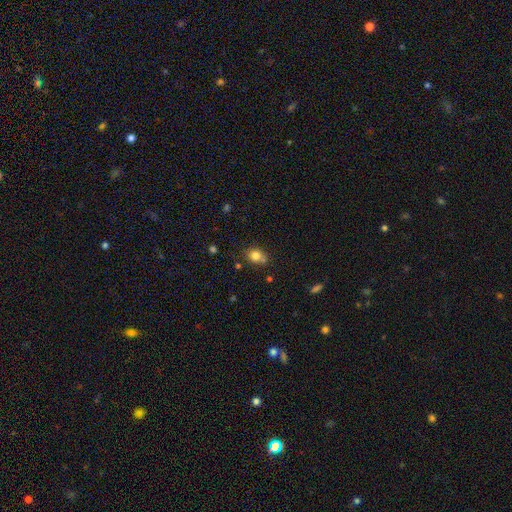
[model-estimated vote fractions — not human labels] Q: Smooth or featured?
A: smooth (80%); runner-up: star or artifact (12%)
Q: How rounded?
A: round (60%); runner-up: in between (39%)
Q: Merging?
A: none (66%); runner-up: minor disturbance (17%)